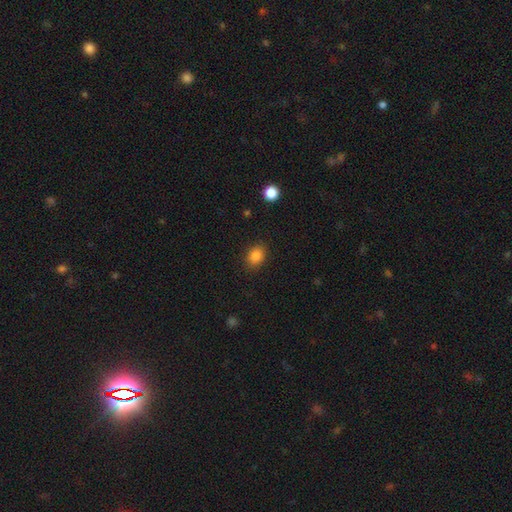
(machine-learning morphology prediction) Q: Smooth or featured?
A: smooth (85%); runner-up: star or artifact (10%)
Q: How rounded?
A: in between (62%); runner-up: round (37%)
Q: Merging?
A: none (87%); runner-up: minor disturbance (9%)